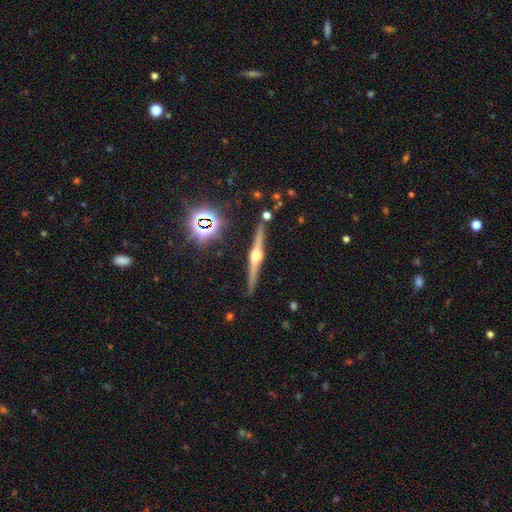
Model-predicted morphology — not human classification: Q: Smooth or featured?
A: featured or disk (83%); runner-up: smooth (9%)
Q: Edge-on disk?
A: yes (98%); runner-up: no (2%)
Q: Edge-on bulge?
A: rounded (94%); runner-up: boxy (4%)
Q: Merging?
A: none (89%); runner-up: minor disturbance (7%)